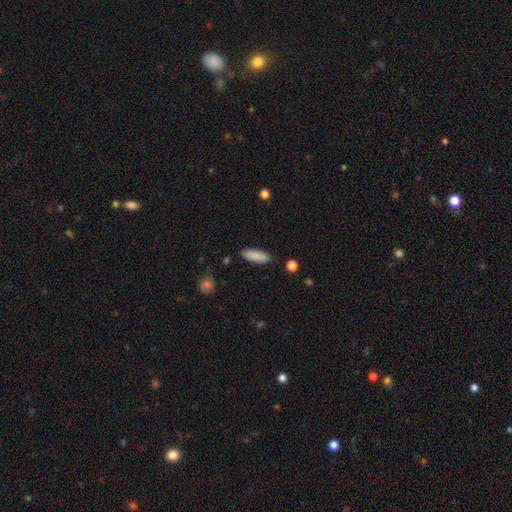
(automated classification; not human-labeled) smooth 88%, star or artifact 6%, featured or disk 6%. Down the decision tree: how rounded — in between (60%); merging — none (87%).